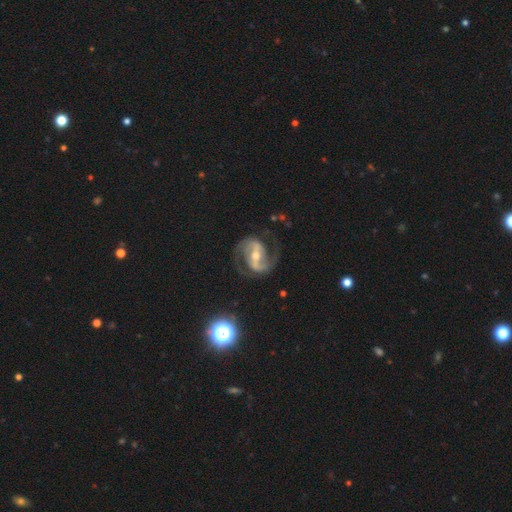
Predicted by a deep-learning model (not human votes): A featured or disk galaxy (90%) with a strong bar (57%), 2 (93%) medium (58%) spiral arms (96%) and a moderate central bulge (60%).

Vote fractions:
- Smooth or featured? featured or disk: 90% / smooth: 5% / star or artifact: 5%
- Edge-on disk? no: 97% / yes: 3%
- Bar? strong: 57% / weak: 30% / no: 12%
- Spiral arms? yes: 96% / no: 4%
- Spiral winding? medium: 58% / loose: 22% / tight: 20%
- Spiral arm count? 2: 93% / can't tell: 2% / 1: 2% / 3: 1% / 4: 1% / more than 4: 1%
- Bulge size? moderate: 60% / small: 34% / large: 4% / none: 1% / dominant: 1%
- Merging? none: 77% / minor disturbance: 13% / major disturbance: 9% / merger: 2%